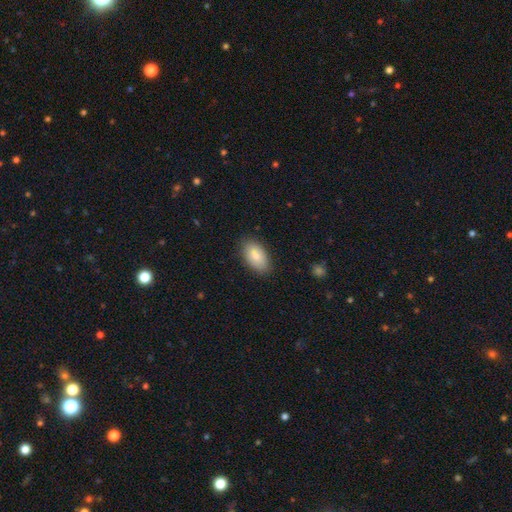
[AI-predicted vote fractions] Overall: smooth (84%). How rounded: in between (94%). Merging: none (84%).